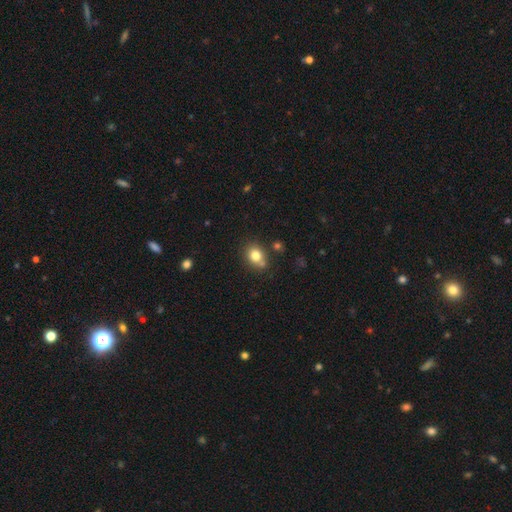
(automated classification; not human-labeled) smooth 79%, star or artifact 11%, featured or disk 10%. Down the decision tree: how rounded — round (53%); merging — none (66%).